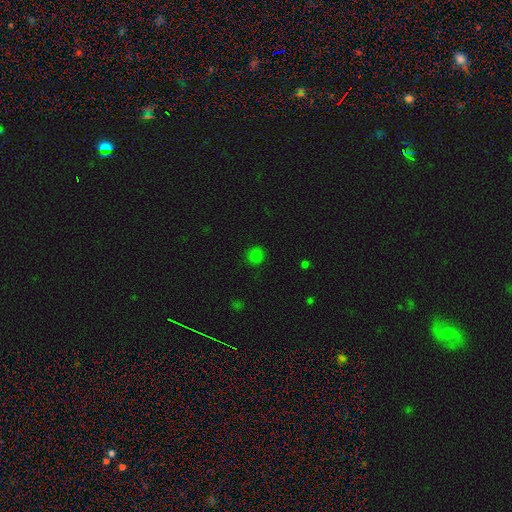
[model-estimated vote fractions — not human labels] smooth-or-featured: smooth: 80% | star or artifact: 17% | featured or disk: 4%
  how-rounded: round: 88% | in between: 11% | cigar-shaped: 1%
  merging: none: 87% | minor disturbance: 9% | major disturbance: 3% | merger: 1%